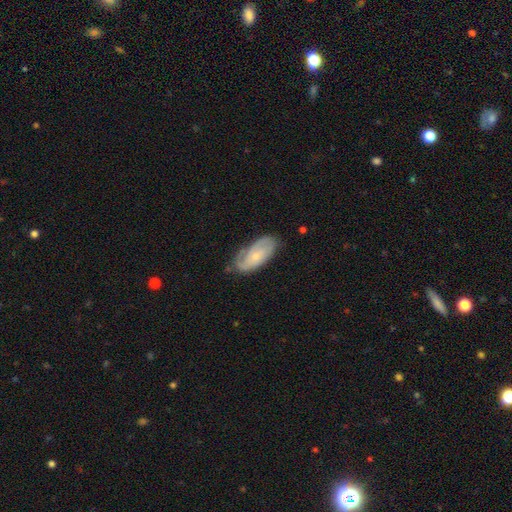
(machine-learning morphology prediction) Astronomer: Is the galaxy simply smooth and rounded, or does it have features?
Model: featured or disk — 61%.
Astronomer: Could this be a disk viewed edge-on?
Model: no — 93%.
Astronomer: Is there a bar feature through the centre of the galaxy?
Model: no — 73%.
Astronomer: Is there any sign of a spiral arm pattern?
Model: yes — 86%.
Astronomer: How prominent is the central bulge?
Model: small — 72%.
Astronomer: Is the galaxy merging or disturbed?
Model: none — 66%.